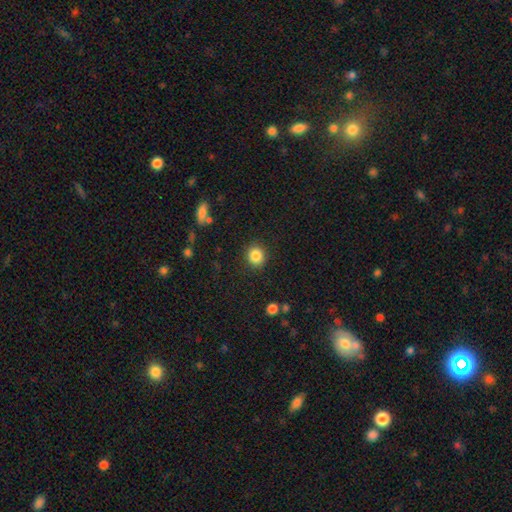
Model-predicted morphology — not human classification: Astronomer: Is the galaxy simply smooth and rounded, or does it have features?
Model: smooth — 86%.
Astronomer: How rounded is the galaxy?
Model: round — 84%.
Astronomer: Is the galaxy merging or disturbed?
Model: none — 89%.